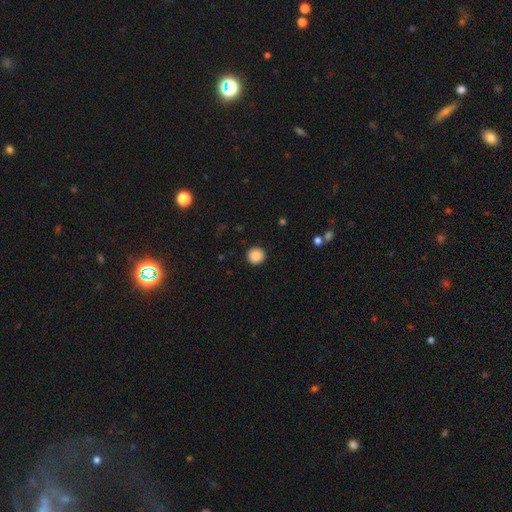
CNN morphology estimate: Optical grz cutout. It shows a smooth galaxy with no disk features (87%) that is round (95%). Merging: none (93%).